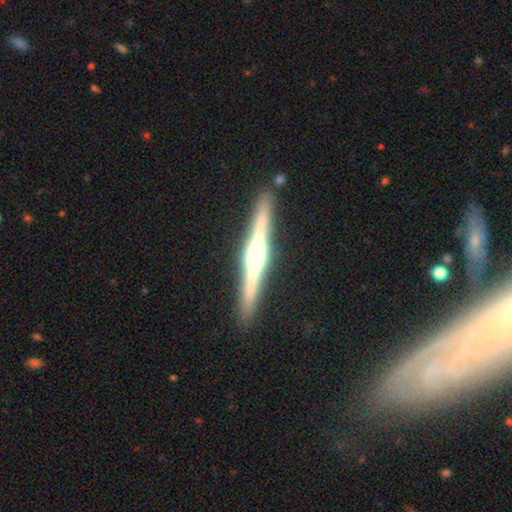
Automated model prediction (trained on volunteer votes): This appears to be a featured or disk galaxy (79%) viewed edge-on (98%) with a rounded central bulge (84%). Merging: none (91%).